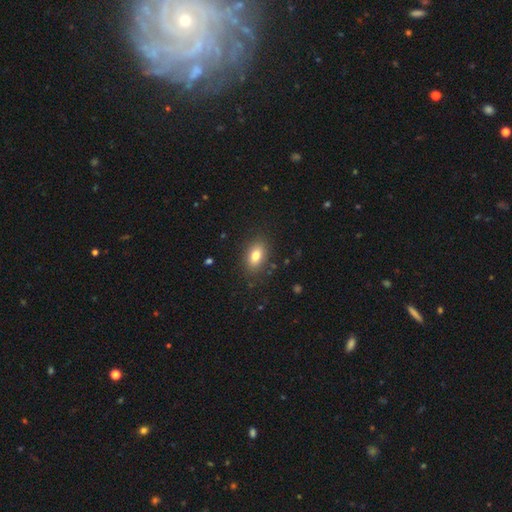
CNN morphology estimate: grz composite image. It shows a smooth galaxy with no disk features (79%) that is in between round and cigar-shaped (84%). Merging: none (87%).